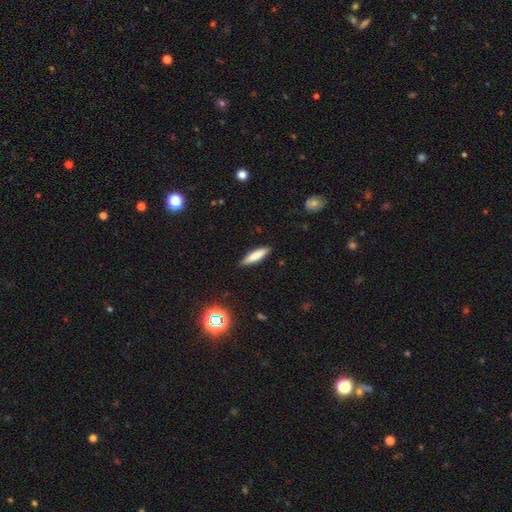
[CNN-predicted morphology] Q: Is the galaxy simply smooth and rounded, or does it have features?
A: smooth — 76%.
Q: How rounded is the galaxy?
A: cigar-shaped — 74%.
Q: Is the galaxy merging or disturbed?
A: none — 88%.